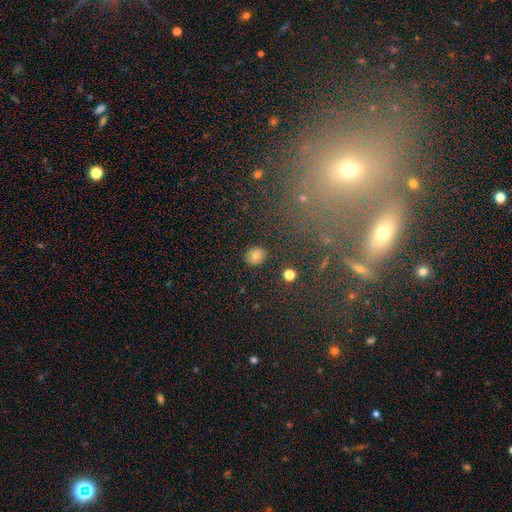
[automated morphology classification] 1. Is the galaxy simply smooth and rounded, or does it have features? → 79% smooth, 13% star or artifact, 8% featured or disk.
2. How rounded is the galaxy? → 73% round, 26% in between, 1% cigar-shaped.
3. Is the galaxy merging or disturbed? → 88% none, 8% minor disturbance, 3% major disturbance, 2% merger.